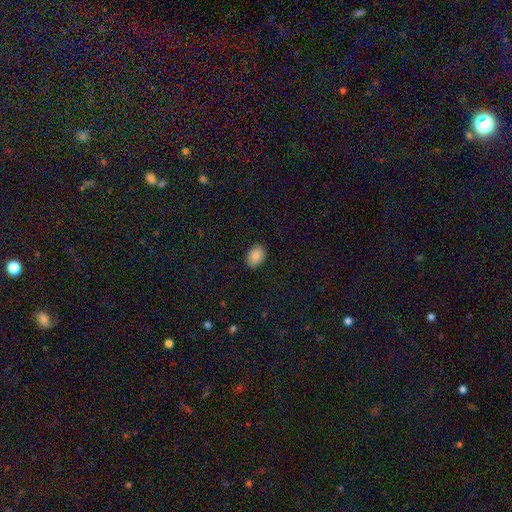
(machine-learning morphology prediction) The model was most divided on "how rounded": in between: 74%, round: 25%, cigar-shaped: 1%. More confident: merging — none (88%); smooth or featured — smooth (88%).